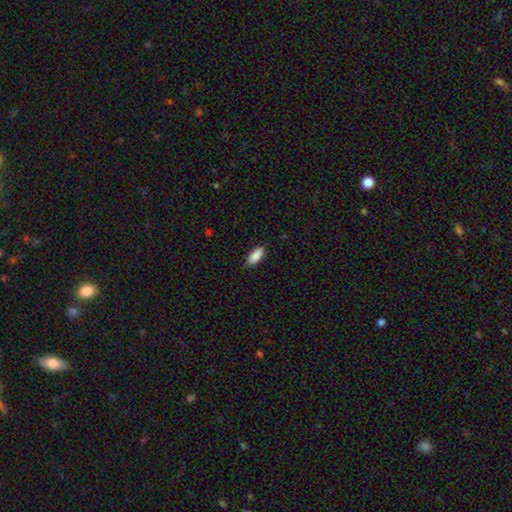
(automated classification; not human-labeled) This appears to be a smooth galaxy with no disk features (89%) that is in between round and cigar-shaped (84%). Merging: none (83%).